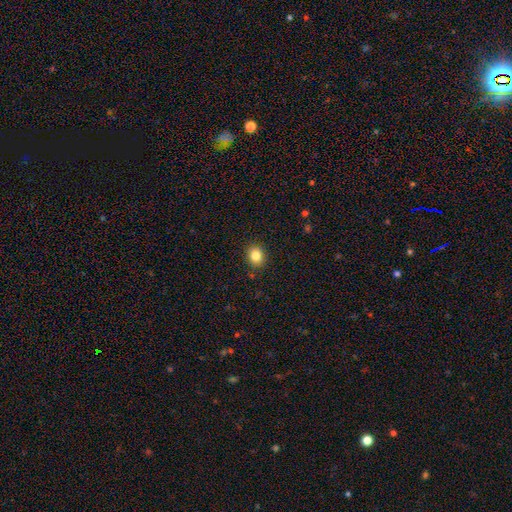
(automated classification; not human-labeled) This is clearly a smooth galaxy (83%). How rounded: likely round (65%). Merging: clearly none (89%).